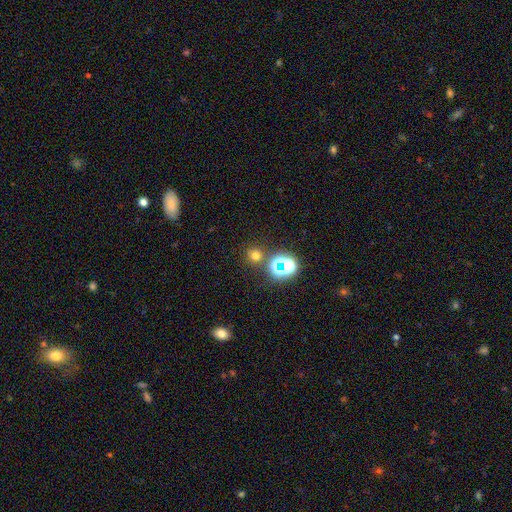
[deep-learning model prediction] smooth_or_featured: smooth (p=0.63) [alt: star or artifact p=0.30]
how_rounded: round (p=0.91) [alt: in between p=0.08]
merging: none (p=0.80) [alt: merger p=0.10]